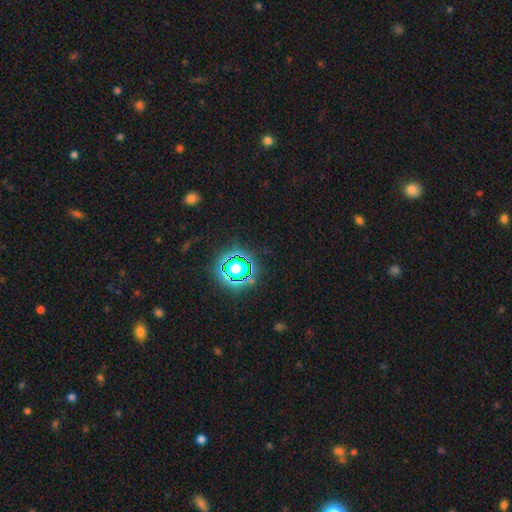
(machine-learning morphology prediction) Overall: star or artifact (79%).